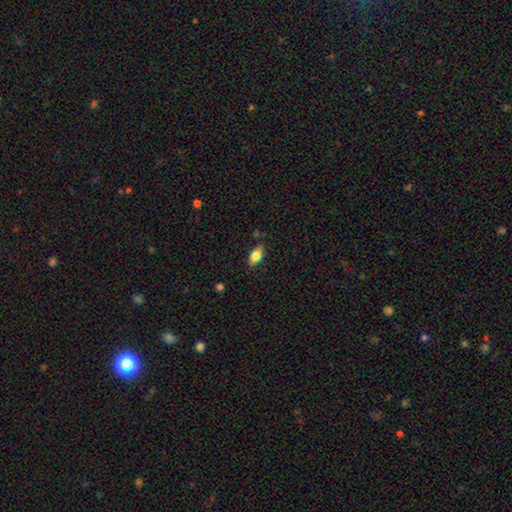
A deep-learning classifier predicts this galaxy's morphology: Smooth or featured? smooth (80%)
How rounded? in between (90%)
Merging? none (83%)